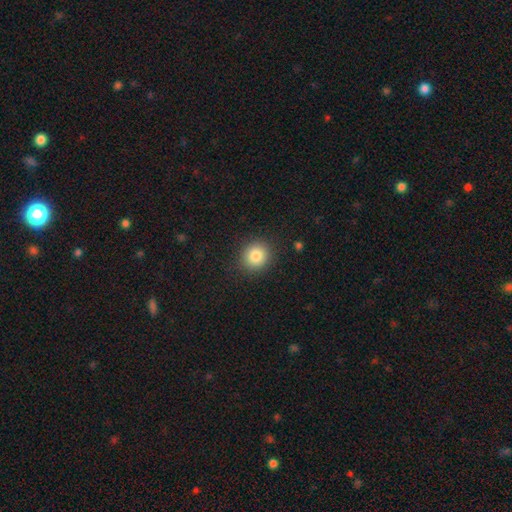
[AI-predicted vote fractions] A smooth galaxy with no disk features (83%) that is round (86%).

Vote fractions:
- Smooth or featured? smooth: 83% / star or artifact: 10% / featured or disk: 7%
- How rounded? round: 86% / in between: 13% / cigar-shaped: 1%
- Merging? none: 89% / minor disturbance: 7% / major disturbance: 3% / merger: 1%